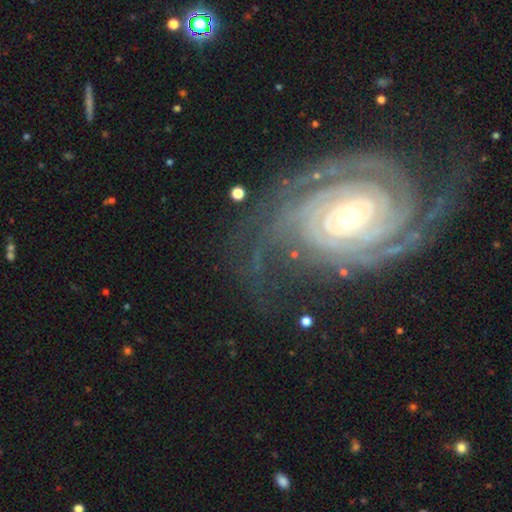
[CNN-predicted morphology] smooth_or_featured: featured or disk (p=0.90) [alt: star or artifact p=0.06]
disk_edge_on: no (p=0.97) [alt: yes p=0.03]
bar: no (p=0.61) [alt: weak p=0.23]
has_spiral_arms: yes (p=0.98) [alt: no p=0.02]
spiral_winding: tight (p=0.82) [alt: medium p=0.16]
spiral_arm_count: 2 (p=0.27) [alt: 3 p=0.20]
bulge_size: small (p=0.53) [alt: moderate p=0.42]
merging: none (p=0.69) [alt: minor disturbance p=0.17]